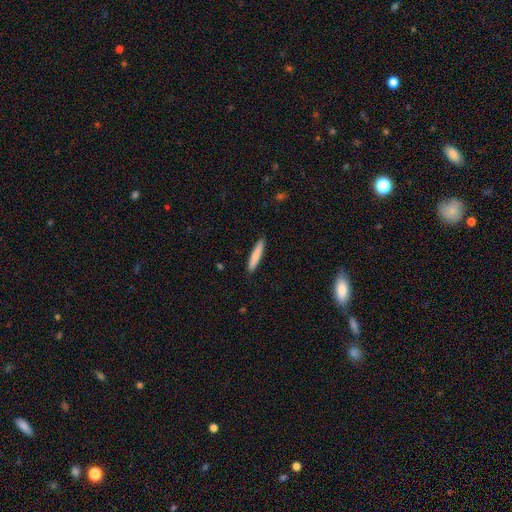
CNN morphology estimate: Q: Smooth or featured?
A: smooth (80%); runner-up: featured or disk (14%)
Q: How rounded?
A: cigar-shaped (93%); runner-up: in between (6%)
Q: Merging?
A: none (91%); runner-up: minor disturbance (6%)